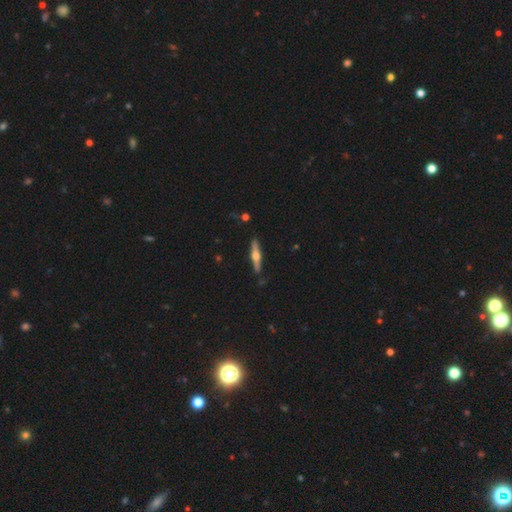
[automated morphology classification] smooth_or_featured: featured or disk (p=0.70) [alt: smooth p=0.24]
disk_edge_on: yes (p=0.97) [alt: no p=0.03]
edge_on_bulge: rounded (p=0.93) [alt: boxy p=0.05]
merging: none (p=0.88) [alt: minor disturbance p=0.09]